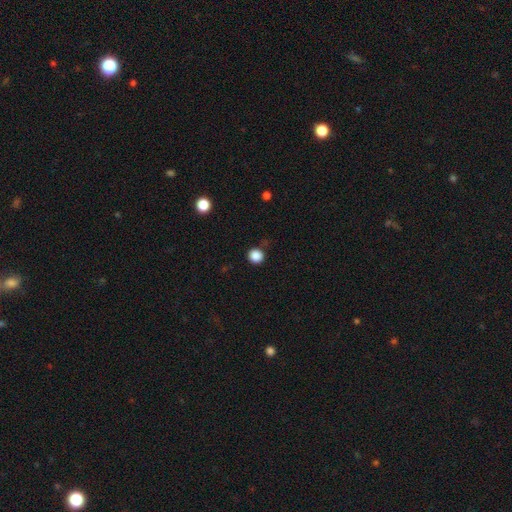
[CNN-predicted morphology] Overall: smooth (86%). How rounded: round (94%). Merging: none (87%).